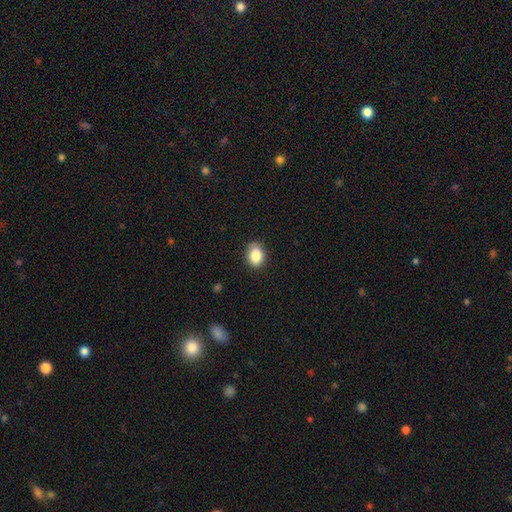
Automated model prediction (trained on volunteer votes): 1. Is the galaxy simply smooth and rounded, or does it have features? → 85% smooth, 9% star or artifact, 6% featured or disk.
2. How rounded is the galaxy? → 65% in between, 33% round, 1% cigar-shaped.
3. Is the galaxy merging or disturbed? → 82% none, 14% minor disturbance, 3% major disturbance, 1% merger.